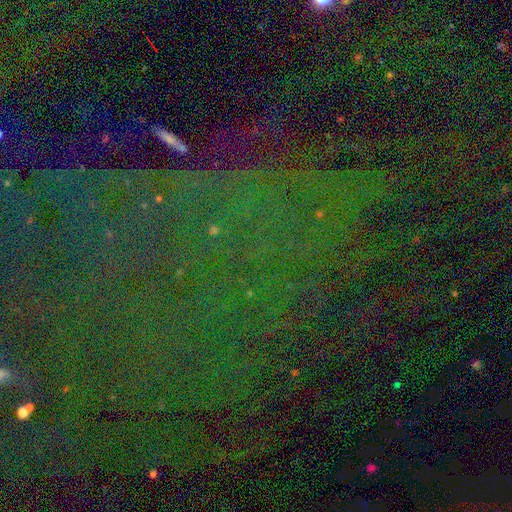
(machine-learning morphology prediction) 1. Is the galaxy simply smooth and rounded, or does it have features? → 83% star or artifact, 9% smooth, 8% featured or disk.